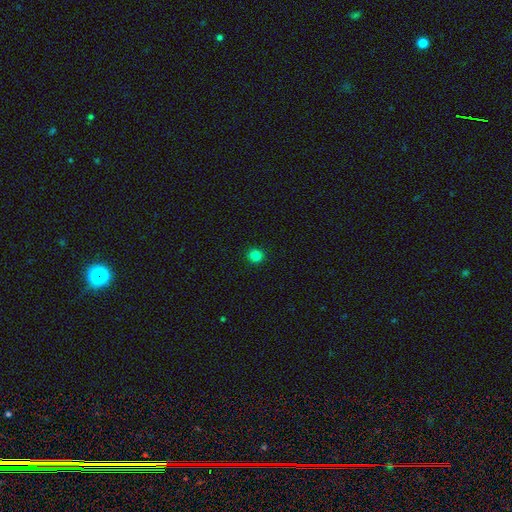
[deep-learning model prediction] Q: Smooth or featured?
A: smooth (83%); runner-up: star or artifact (14%)
Q: How rounded?
A: round (92%); runner-up: in between (7%)
Q: Merging?
A: none (93%); runner-up: minor disturbance (4%)